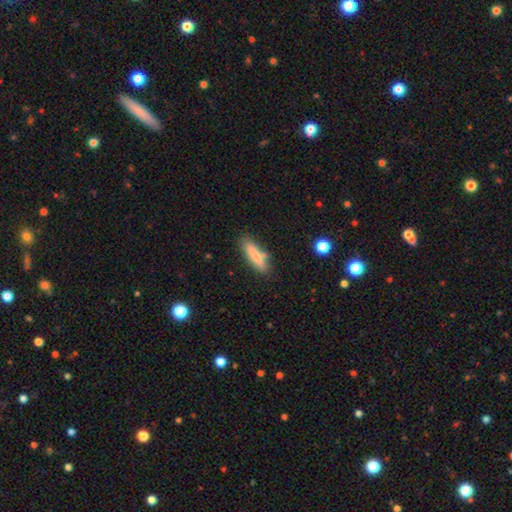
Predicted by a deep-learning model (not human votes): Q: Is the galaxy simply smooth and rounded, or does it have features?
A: smooth — 78%.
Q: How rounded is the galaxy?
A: cigar-shaped — 70%.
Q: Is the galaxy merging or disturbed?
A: none — 76%.